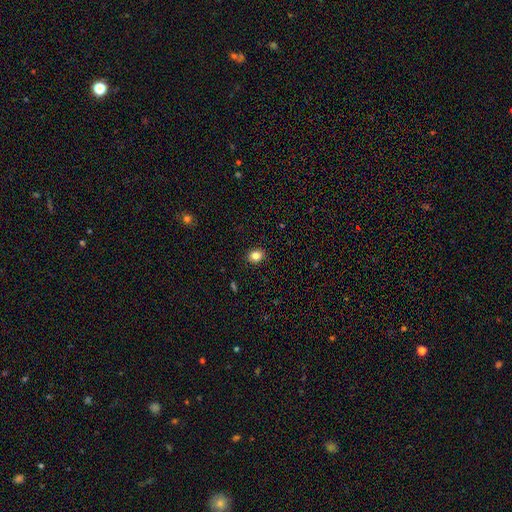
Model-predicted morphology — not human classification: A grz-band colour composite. It shows a smooth galaxy with no disk features (84%) that is round (55%). Merging: none (91%).